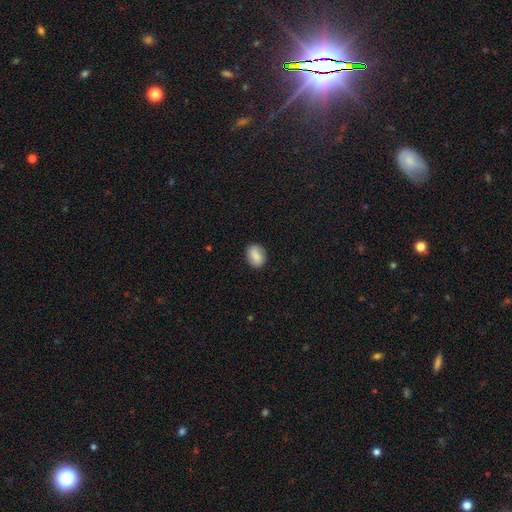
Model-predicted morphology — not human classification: This is likely a smooth galaxy (79%). How rounded: possibly in between (57%). Merging: clearly none (85%).